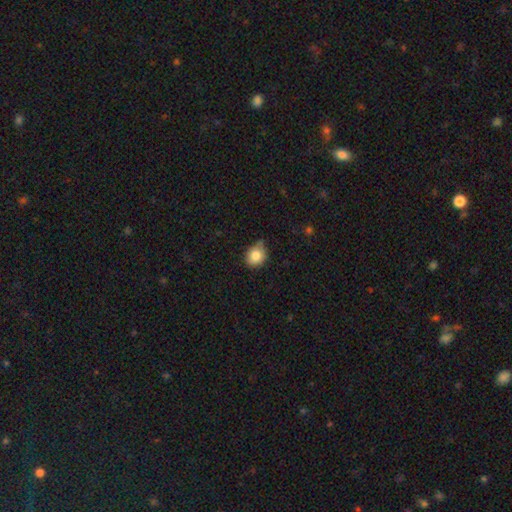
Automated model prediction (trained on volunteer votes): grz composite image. It shows a smooth galaxy with no disk features (82%) that is round (64%). Merging: none (59%).